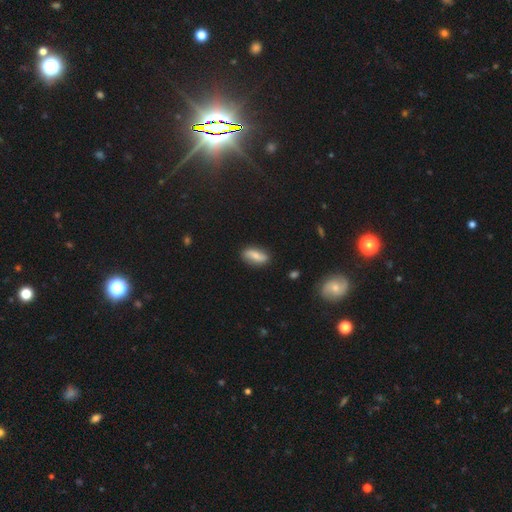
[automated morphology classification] Smooth or featured? smooth (62%)
How rounded? in between (79%)
Merging? none (83%)